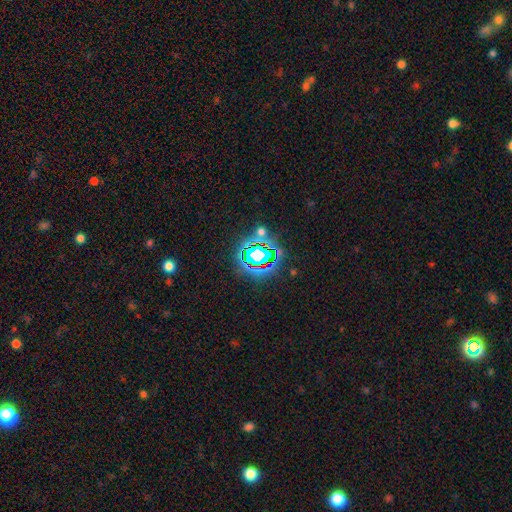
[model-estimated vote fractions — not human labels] Smooth or featured: star or artifact — 68% (smooth — 20%)